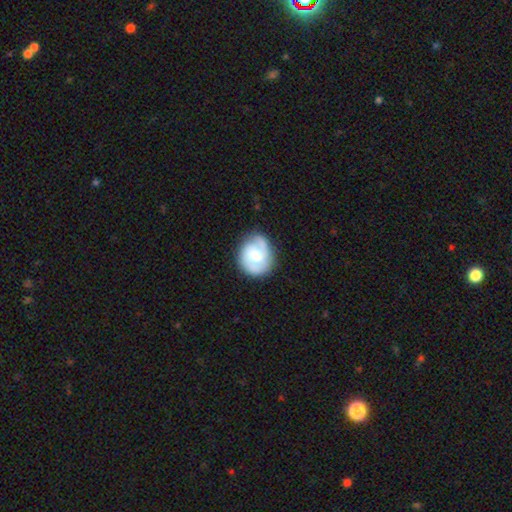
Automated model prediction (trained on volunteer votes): Overall: featured or disk (75%). Edge-on disk: no (98%). Bar: no (61%; weak 33%). Spiral arms: yes (91%). Spiral arm count: 2 (70%). Spiral winding: tight (50%; medium 38%). Bulge size: moderate (69%). Merging: none (77%).